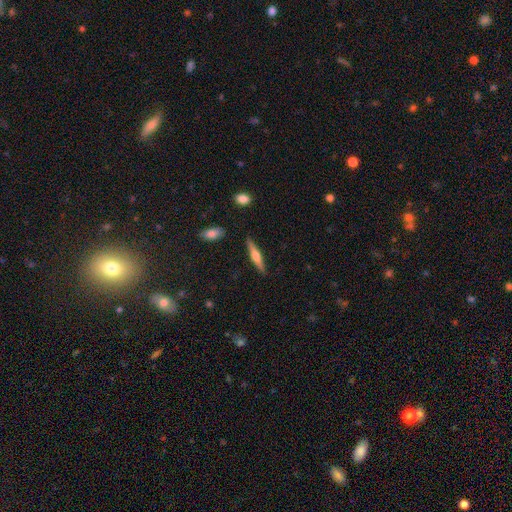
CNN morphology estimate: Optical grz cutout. It shows a featured or disk galaxy (56%) viewed edge-on (96%) with a rounded central bulge (89%). Merging: none (88%).